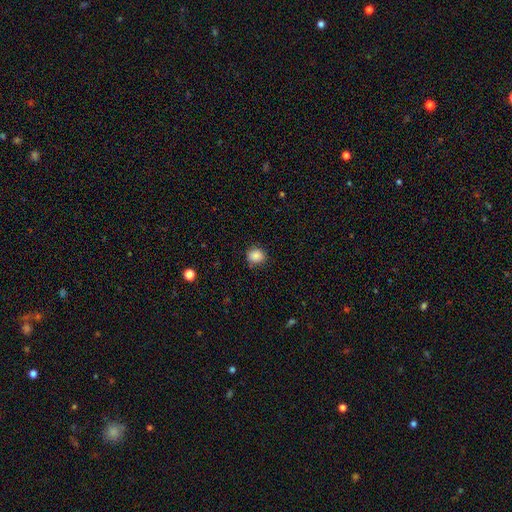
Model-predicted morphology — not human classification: Smooth or featured?
  - smooth: 86% *
  - star or artifact: 10%
  - featured or disk: 5%
How rounded?
  - round: 79% *
  - in between: 20%
  - cigar-shaped: 1%
Merging?
  - none: 83% *
  - minor disturbance: 13%
  - major disturbance: 3%
  - merger: 1%